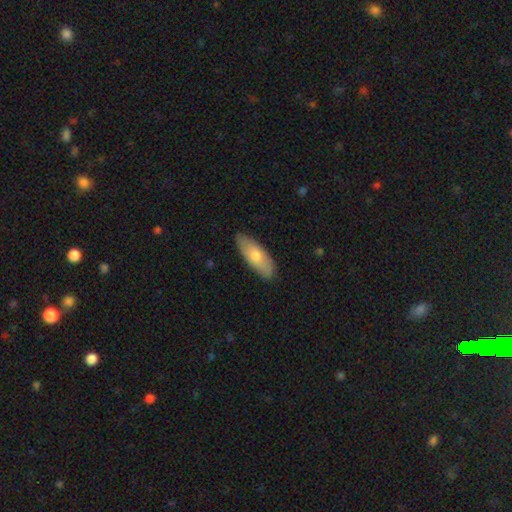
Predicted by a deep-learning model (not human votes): This appears to be a smooth galaxy with no disk features (69%) that is in between round and cigar-shaped (74%). Merging: none (83%).